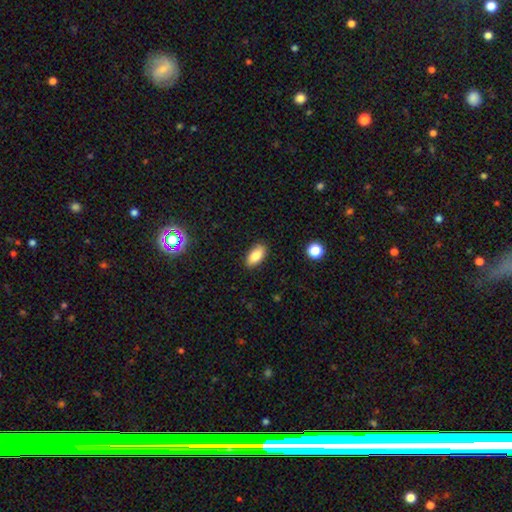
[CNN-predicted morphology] smooth_or_featured: smooth (p=0.84) [alt: featured or disk p=0.08]
how_rounded: in between (p=0.89) [alt: cigar-shaped p=0.07]
merging: none (p=0.88) [alt: minor disturbance p=0.09]